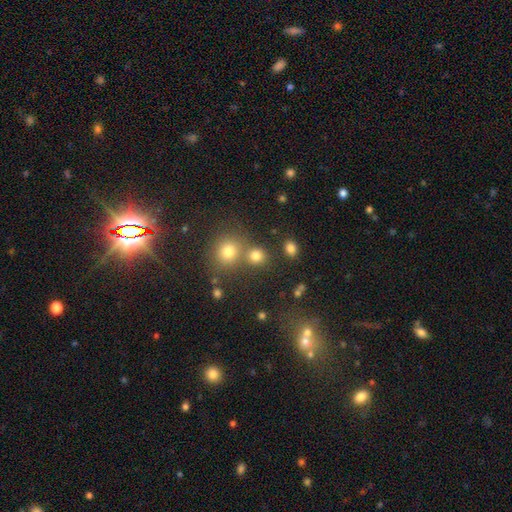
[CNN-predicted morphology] Smooth or featured? smooth (78%)
How rounded? round (82%)
Merging? none (65%)